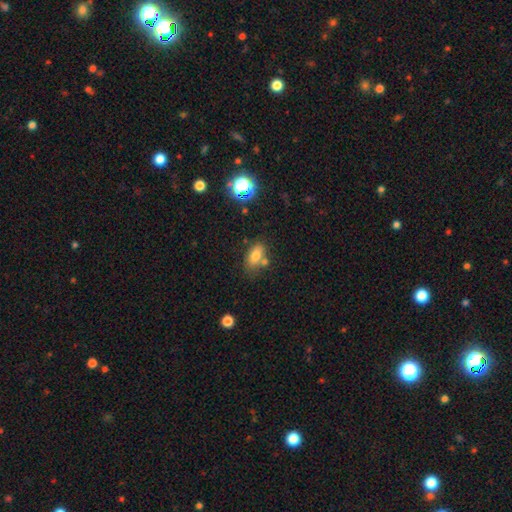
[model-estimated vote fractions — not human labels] smooth 77%, star or artifact 12%, featured or disk 10%. Down the decision tree: how rounded — in between (85%); merging — none (63%).